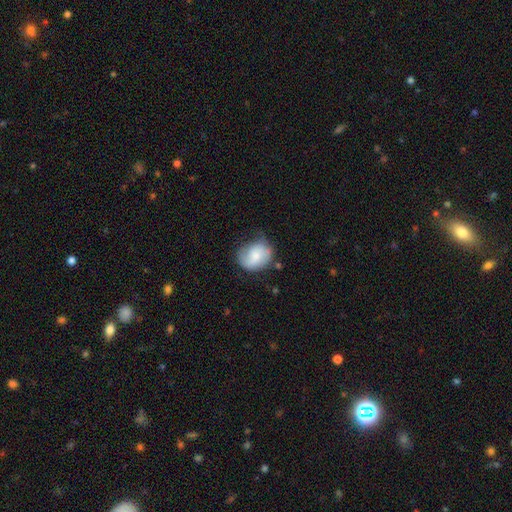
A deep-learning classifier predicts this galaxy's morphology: Q: Smooth or featured?
A: smooth (55%); runner-up: featured or disk (38%)
Q: How rounded?
A: round (57%); runner-up: in between (42%)
Q: Merging?
A: none (56%); runner-up: minor disturbance (30%)